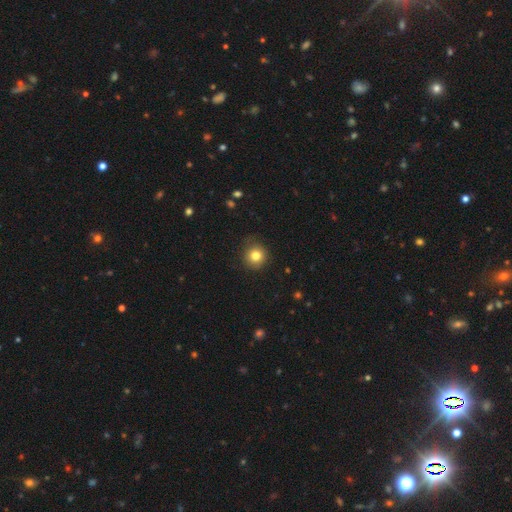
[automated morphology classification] This appears to be a smooth galaxy with no disk features (82%) that is round (91%). Merging: none (83%).